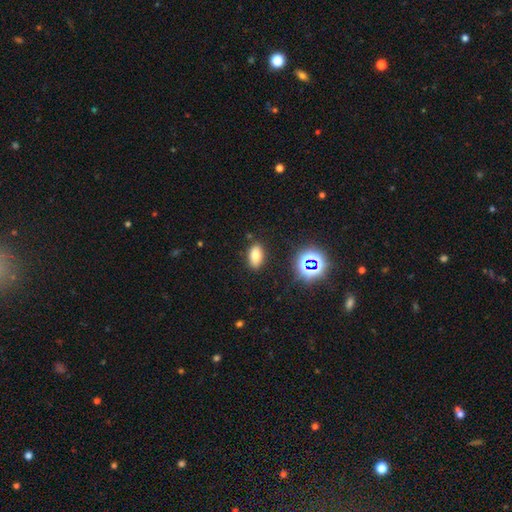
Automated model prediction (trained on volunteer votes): Morphology: type=smooth (72%); roundness=in between (88%); merging=none (86%).